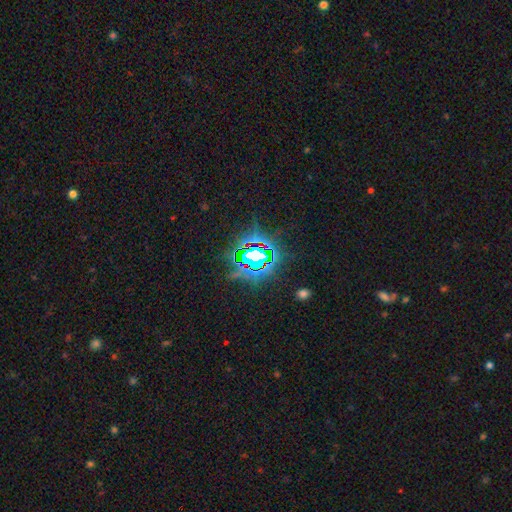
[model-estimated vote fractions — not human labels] Morphology: type=star or artifact (79%).